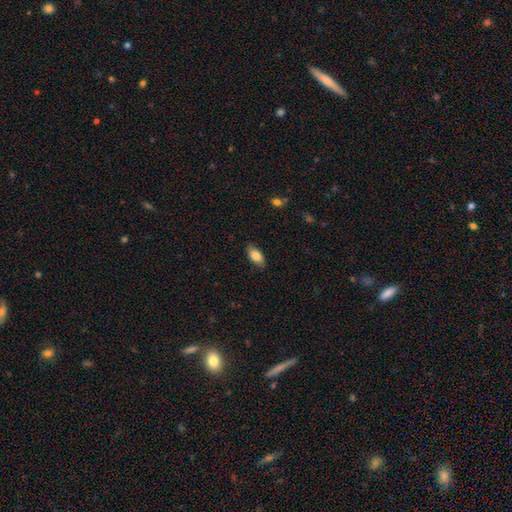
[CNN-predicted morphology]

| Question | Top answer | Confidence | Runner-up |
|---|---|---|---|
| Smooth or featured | smooth | 81% | featured or disk (13%) |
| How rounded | in between | 88% | cigar-shaped (9%) |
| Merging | none | 84% | minor disturbance (12%) |